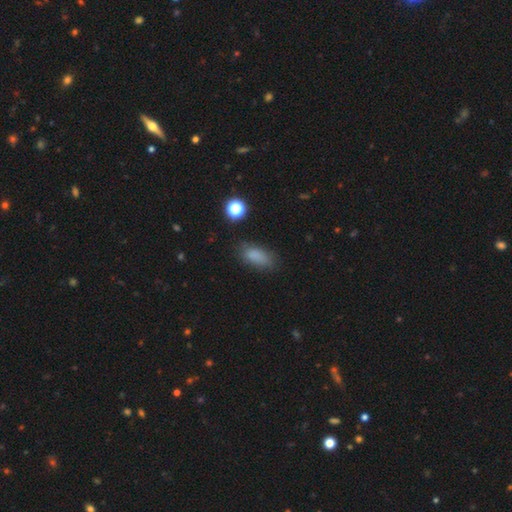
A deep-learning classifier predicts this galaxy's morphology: This is clearly a smooth galaxy (82%). How rounded: clearly in between (83%). Merging: likely none (75%).